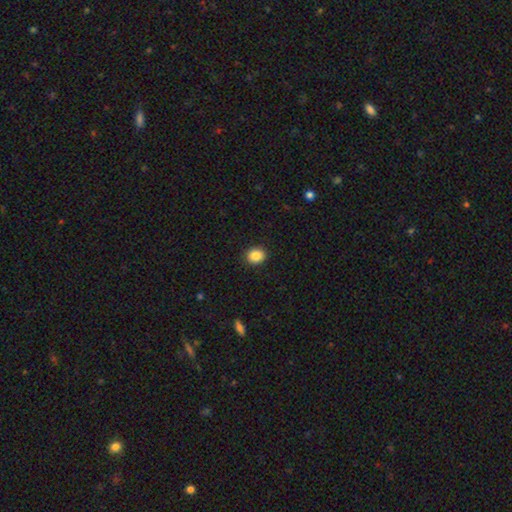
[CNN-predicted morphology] smooth_or_featured: smooth (p=0.86) [alt: star or artifact p=0.09]
how_rounded: round (p=0.70) [alt: in between p=0.29]
merging: none (p=0.91) [alt: minor disturbance p=0.06]